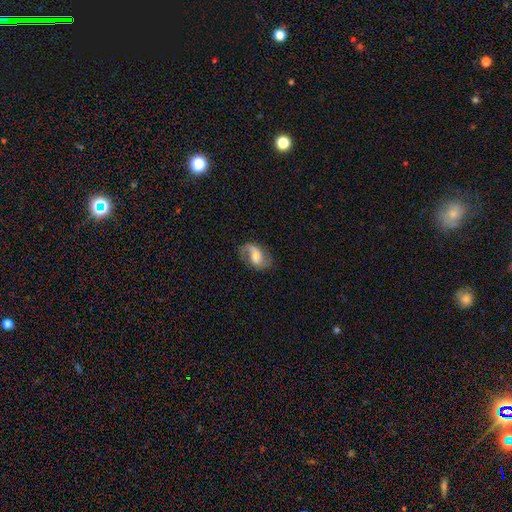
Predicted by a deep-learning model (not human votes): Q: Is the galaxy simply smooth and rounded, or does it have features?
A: featured or disk — 70%.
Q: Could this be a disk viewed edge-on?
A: no — 97%.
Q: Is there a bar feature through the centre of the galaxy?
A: weak — 49%.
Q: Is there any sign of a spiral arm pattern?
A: yes — 92%.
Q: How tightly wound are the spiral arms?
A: loose — 56%.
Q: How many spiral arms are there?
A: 2 — 67%.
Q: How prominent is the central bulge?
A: moderate — 46%.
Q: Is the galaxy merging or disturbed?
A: none — 66%.